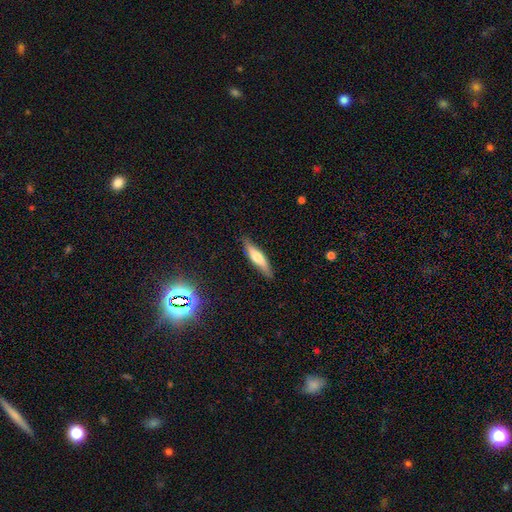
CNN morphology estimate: Smooth or featured: smooth — 51% (featured or disk — 41%)
How rounded: cigar-shaped — 79% (in between — 19%)
Merging: none — 85% (minor disturbance — 12%)